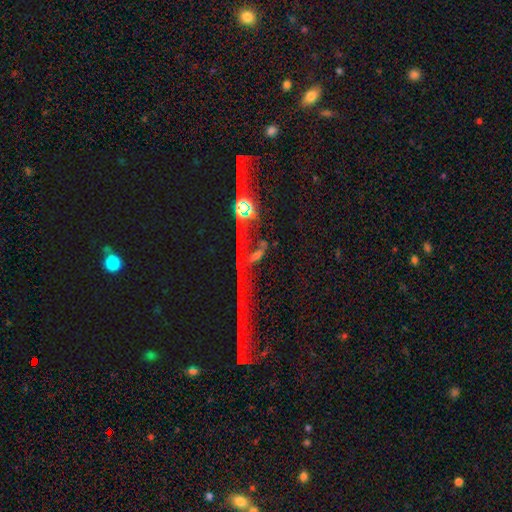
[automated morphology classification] Smooth or featured: star or artifact — 63% (featured or disk — 22%)